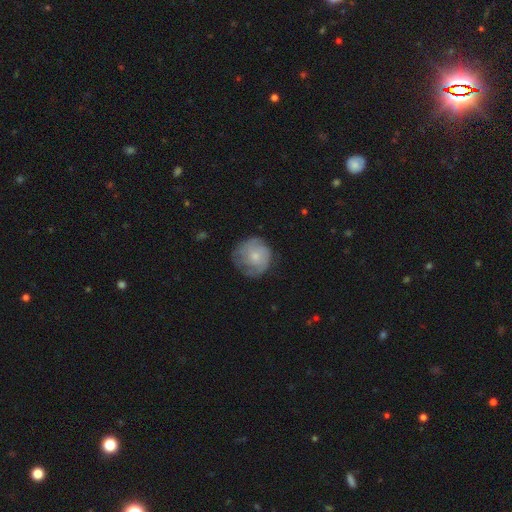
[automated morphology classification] This appears to be a smooth galaxy with no disk features (56%) that is round (90%). Merging: none (62%).